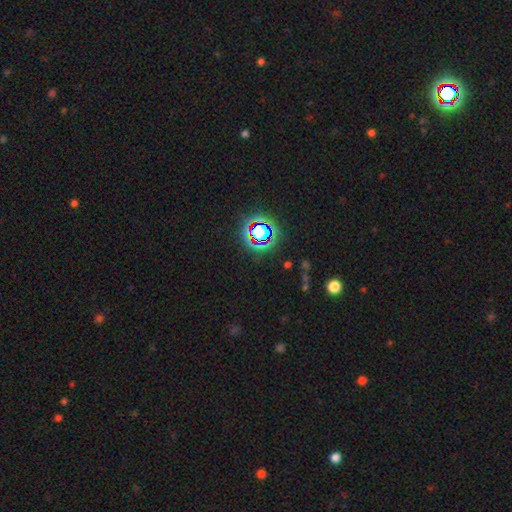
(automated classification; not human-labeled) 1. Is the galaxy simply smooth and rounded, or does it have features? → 77% star or artifact, 14% smooth, 9% featured or disk.